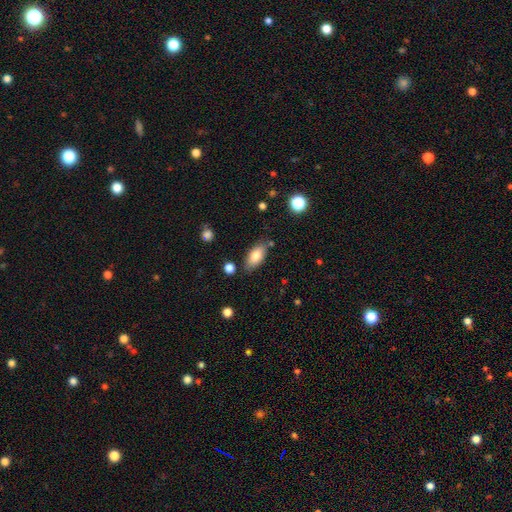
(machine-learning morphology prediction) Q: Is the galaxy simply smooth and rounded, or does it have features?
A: smooth — 80%.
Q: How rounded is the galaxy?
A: in between — 90%.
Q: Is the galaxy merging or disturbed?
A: none — 80%.